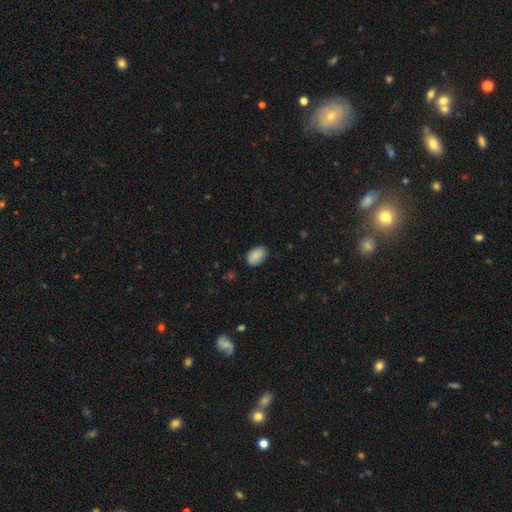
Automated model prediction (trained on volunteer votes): smooth-or-featured: smooth: 89% | star or artifact: 7% | featured or disk: 5%
  how-rounded: in between: 89% | round: 10% | cigar-shaped: 1%
  merging: none: 83% | minor disturbance: 13% | major disturbance: 3% | merger: 1%